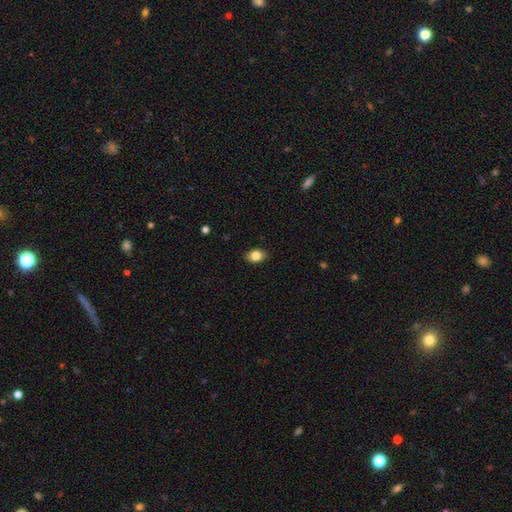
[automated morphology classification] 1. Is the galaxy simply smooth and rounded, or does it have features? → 84% smooth, 9% star or artifact, 7% featured or disk.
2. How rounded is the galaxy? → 69% in between, 30% round, 1% cigar-shaped.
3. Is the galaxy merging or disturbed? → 87% none, 10% minor disturbance, 2% major disturbance, 1% merger.